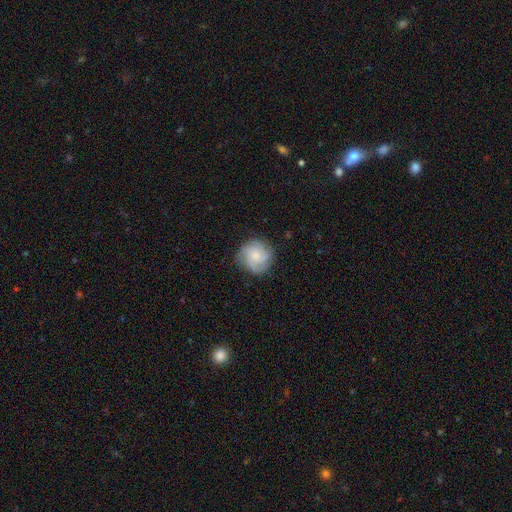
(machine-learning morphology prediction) type=featured or disk (62%); edge-on=no (98%); bar=no (76%); spiral arms=yes (93%); winding=tight (57%); arm count=3 (39%); bulge=small (58%); merging=none (78%).